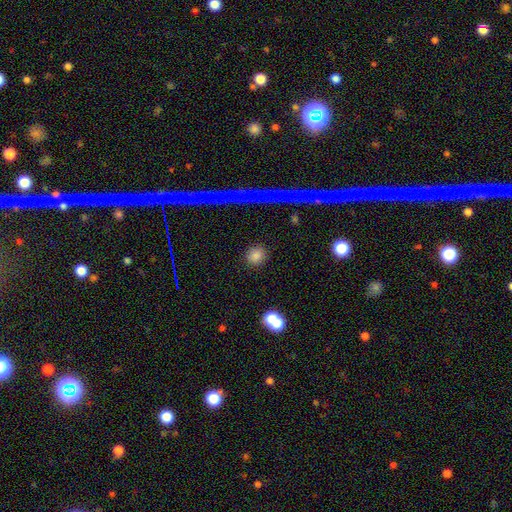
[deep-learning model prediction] A smooth galaxy with no disk features (83%) that is round (88%). Merging: none (88%).